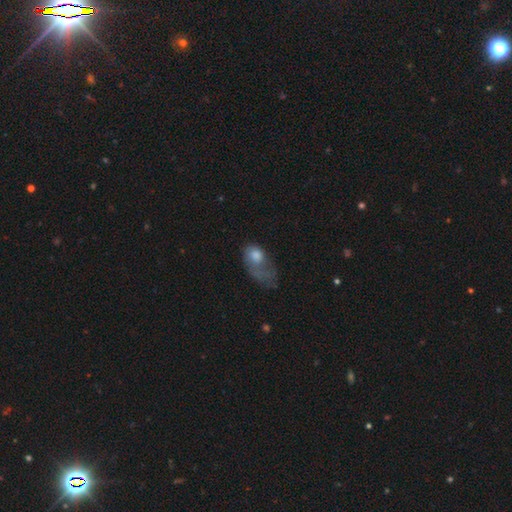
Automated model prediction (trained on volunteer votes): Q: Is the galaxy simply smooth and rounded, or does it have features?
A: smooth — 61%.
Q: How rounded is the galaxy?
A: in between — 75%.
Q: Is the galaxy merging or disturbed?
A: major disturbance — 57%.